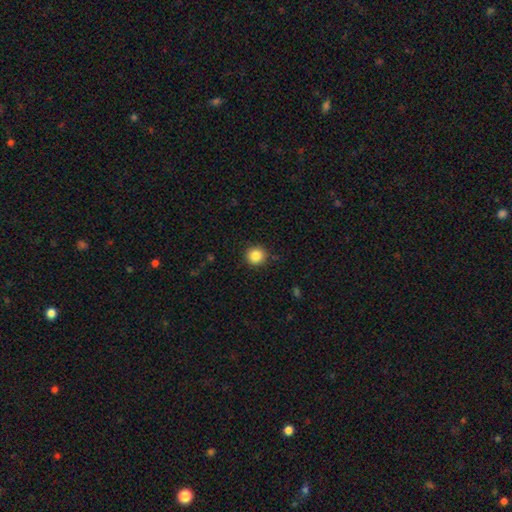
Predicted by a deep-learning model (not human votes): A smooth galaxy with no disk features (86%) that is round (94%).

Vote fractions:
- Smooth or featured? smooth: 86% / star or artifact: 10% / featured or disk: 4%
- How rounded? round: 94% / in between: 5% / cigar-shaped: 1%
- Merging? none: 90% / minor disturbance: 7% / major disturbance: 2% / merger: 1%